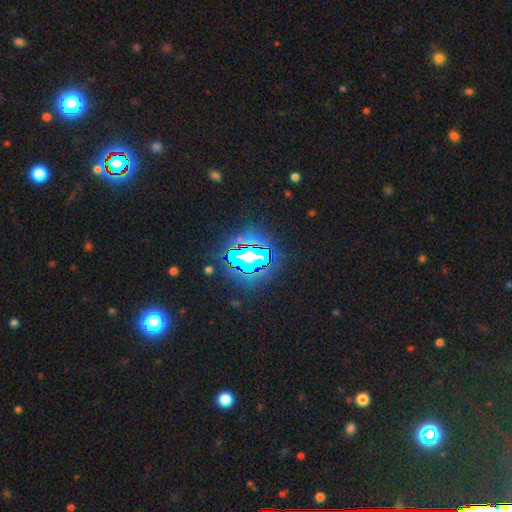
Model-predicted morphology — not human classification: A star or artifact, not a galaxy (72%).